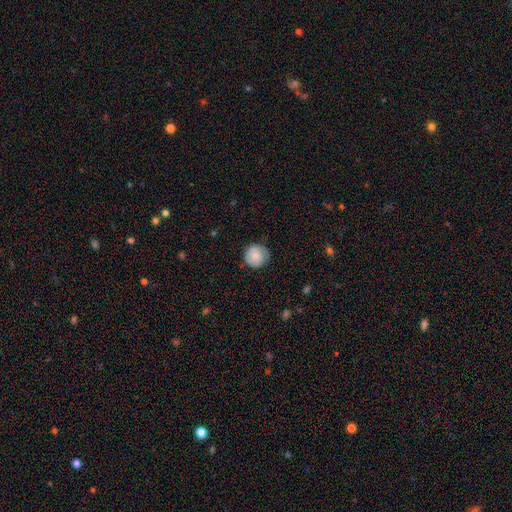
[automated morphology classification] Overall: smooth (79%). How rounded: round (94%). Merging: none (76%).